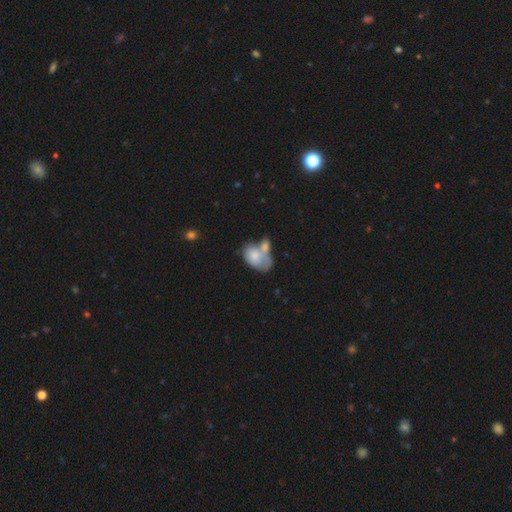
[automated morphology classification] This appears to be a smooth galaxy with no disk features (71%) that is in between round and cigar-shaped (87%). Merging: merger (57%).